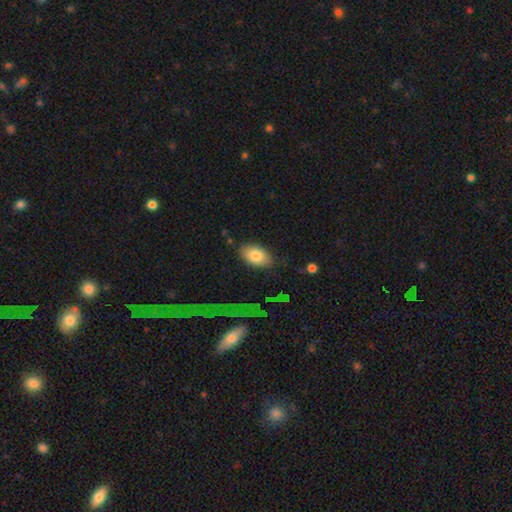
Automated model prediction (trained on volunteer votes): Smooth or featured?
  - smooth: 81% *
  - featured or disk: 12%
  - star or artifact: 7%
How rounded?
  - in between: 91% *
  - round: 7%
  - cigar-shaped: 2%
Merging?
  - none: 80% *
  - minor disturbance: 15%
  - major disturbance: 3%
  - merger: 2%